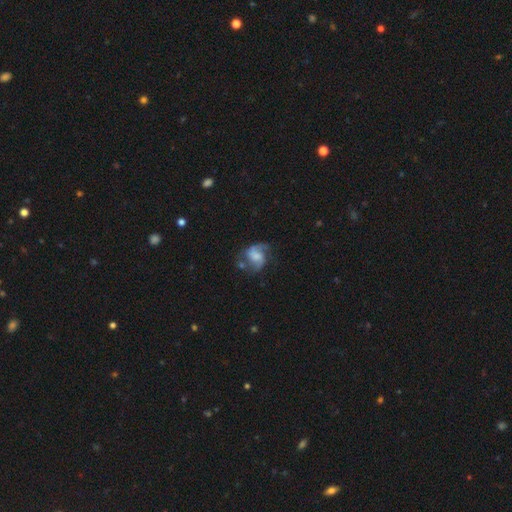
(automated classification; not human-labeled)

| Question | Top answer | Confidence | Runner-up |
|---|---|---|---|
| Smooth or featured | featured or disk | 74% | smooth (18%) |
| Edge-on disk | no | 98% | yes (2%) |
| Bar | no | 51% | weak (40%) |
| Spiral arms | yes | 93% | no (7%) |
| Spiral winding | medium | 47% | loose (40%) |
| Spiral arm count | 2 | 82% | 1 (7%) |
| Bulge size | moderate | 30% | none (27%) |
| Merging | none | 56% | minor disturbance (22%) |